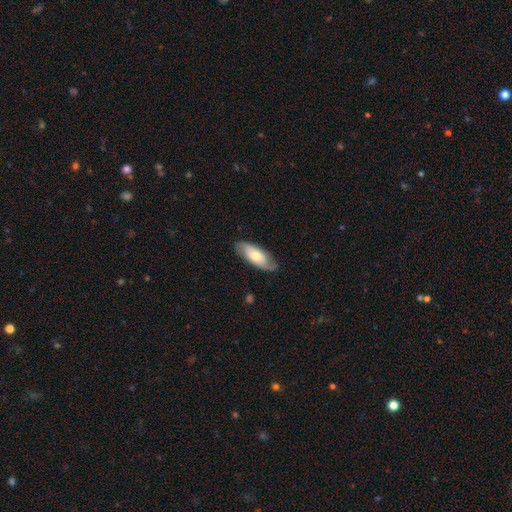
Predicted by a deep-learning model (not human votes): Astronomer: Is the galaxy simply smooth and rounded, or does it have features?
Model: smooth — 49% (runner-up: featured or disk, 46%).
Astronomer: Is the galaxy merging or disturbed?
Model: none — 81%.